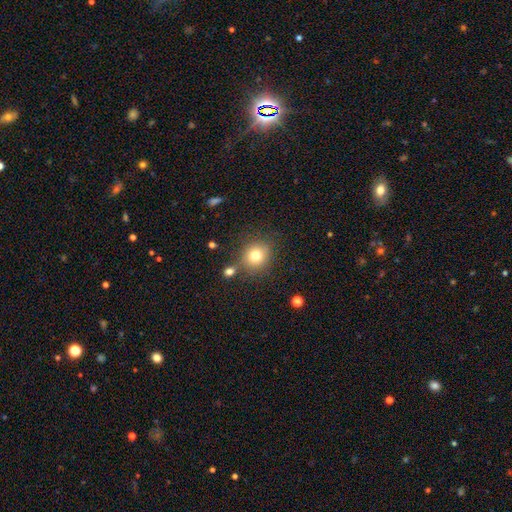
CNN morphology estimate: Smooth or featured? Predicted: smooth (p=0.77). How rounded? Predicted: round (p=0.82). Merging? Predicted: none (p=0.76).